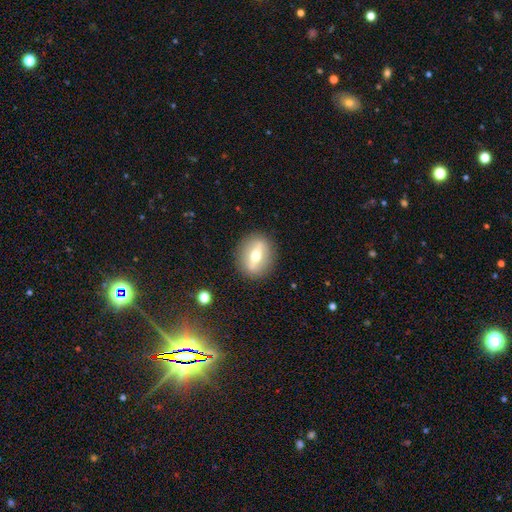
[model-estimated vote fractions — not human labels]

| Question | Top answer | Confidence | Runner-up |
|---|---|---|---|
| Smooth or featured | featured or disk | 55% | smooth (38%) |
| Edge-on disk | no | 62% | yes (38%) |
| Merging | none | 87% | minor disturbance (9%) |